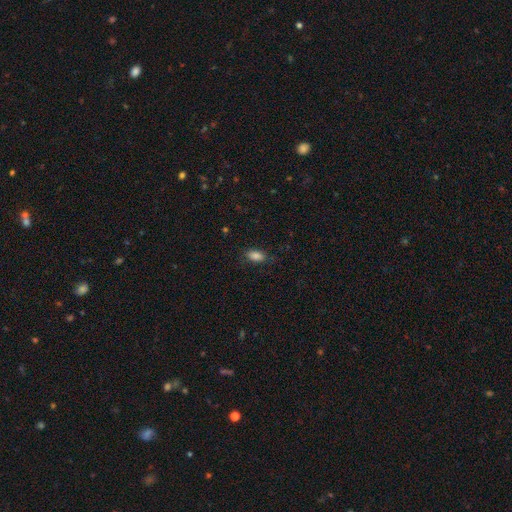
Overall: smooth (98%). How rounded: in between (95%). Merging: none (87%).